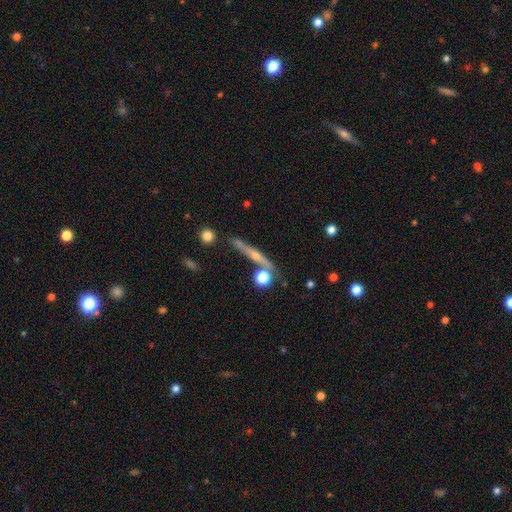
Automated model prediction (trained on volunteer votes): This appears to be a featured or disk galaxy (70%) viewed edge-on (95%) with a rounded central bulge (83%). Merging: none (77%).